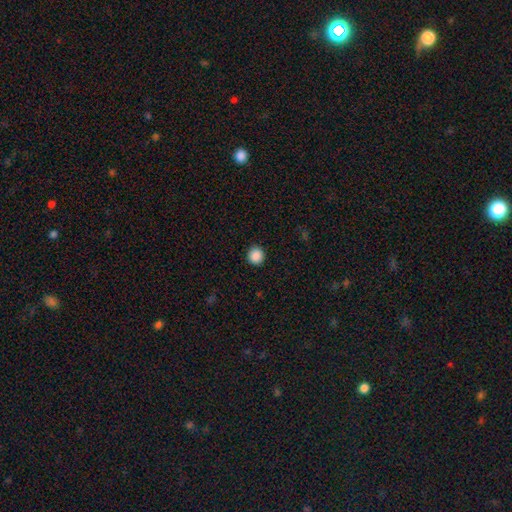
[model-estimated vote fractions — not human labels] smooth-or-featured: smooth: 89% | star or artifact: 9% | featured or disk: 2%
  how-rounded: round: 91% | in between: 8% | cigar-shaped: 1%
  merging: none: 92% | minor disturbance: 5% | major disturbance: 2% | merger: 1%